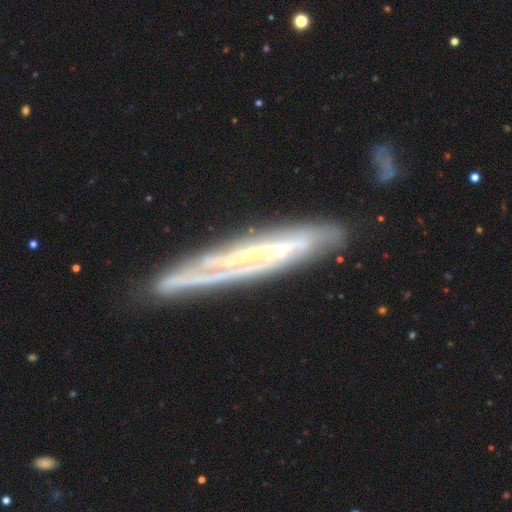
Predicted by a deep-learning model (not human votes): Smooth or featured? Predicted: featured or disk (p=0.79). Edge-on disk? Predicted: yes (p=0.56). Merging? Predicted: none (p=0.76).